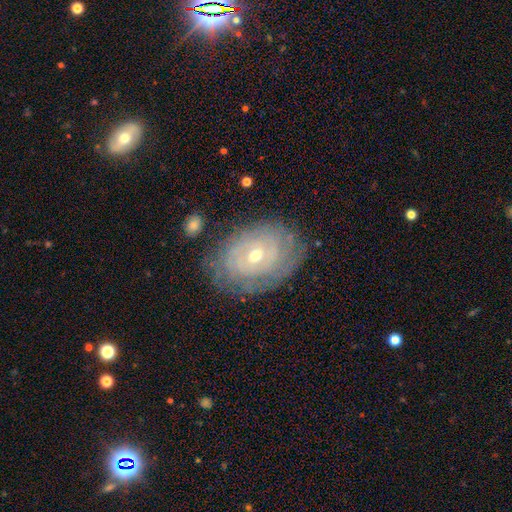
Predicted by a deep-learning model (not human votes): smooth-or-featured: featured or disk: 75% | smooth: 18% | star or artifact: 7%
  disk-edge-on: no: 95% | yes: 5%
    bar: no: 64% | weak: 30% | strong: 7%
    has-spiral-arms: yes: 77% | no: 23%
      spiral-winding: tight: 79% | medium: 15% | loose: 6%
      spiral-arm-count: can't tell: 60% | 2: 15% | 3: 9% | 4: 6% | more than 4: 5% | 1: 5%
    bulge-size: moderate: 55% | small: 42% | large: 2% | none: 1% | dominant: 1%
  merging: none: 75% | minor disturbance: 17% | major disturbance: 6% | merger: 2%